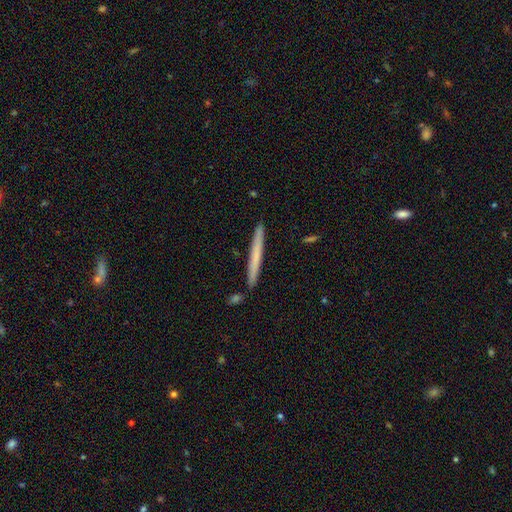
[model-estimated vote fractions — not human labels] Smooth or featured? Predicted: smooth (p=0.60). How rounded? Predicted: cigar-shaped (p=0.97). Merging? Predicted: none (p=0.90).